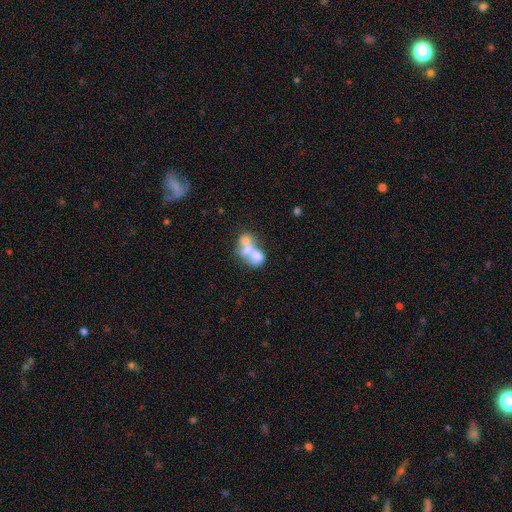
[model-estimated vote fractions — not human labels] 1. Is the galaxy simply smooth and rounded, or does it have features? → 54% smooth, 36% featured or disk, 11% star or artifact.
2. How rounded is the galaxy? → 60% in between, 37% round, 2% cigar-shaped.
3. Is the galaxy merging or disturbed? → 71% merger, 15% none, 8% major disturbance, 6% minor disturbance.